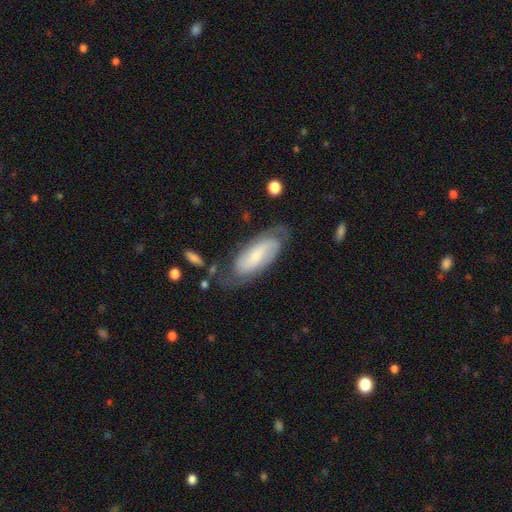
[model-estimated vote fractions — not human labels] A featured or disk galaxy (66%) with no bar (44%), 2 (72%) tight (44%) spiral arms (91%) and a small central bulge (57%).

Vote fractions:
- Smooth or featured? featured or disk: 66% / smooth: 27% / star or artifact: 7%
- Edge-on disk? no: 90% / yes: 10%
- Bar? no: 44% / weak: 37% / strong: 19%
- Spiral arms? yes: 91% / no: 9%
- Spiral winding? tight: 44% / medium: 39% / loose: 17%
- Spiral arm count? 2: 72% / can't tell: 17% / 1: 5% / 3: 3% / 4: 1% / more than 4: 1%
- Bulge size? small: 57% / moderate: 27% / none: 10% / large: 5% / dominant: 2%
- Merging? none: 69% / minor disturbance: 20% / major disturbance: 8% / merger: 3%